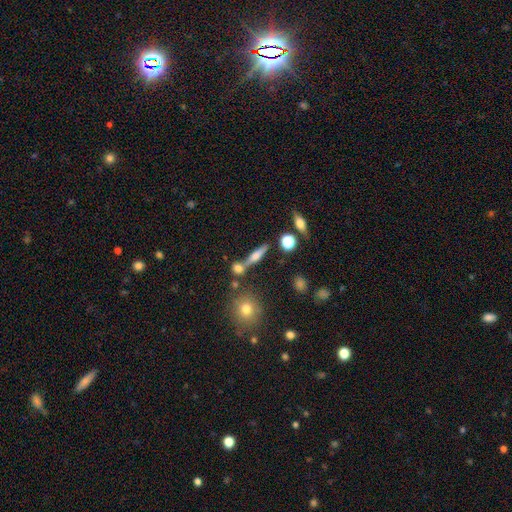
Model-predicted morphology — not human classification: The model was most divided on "smooth or featured": smooth: 46%, featured or disk: 42%, star or artifact: 12%. More confident: merging — none (63%).